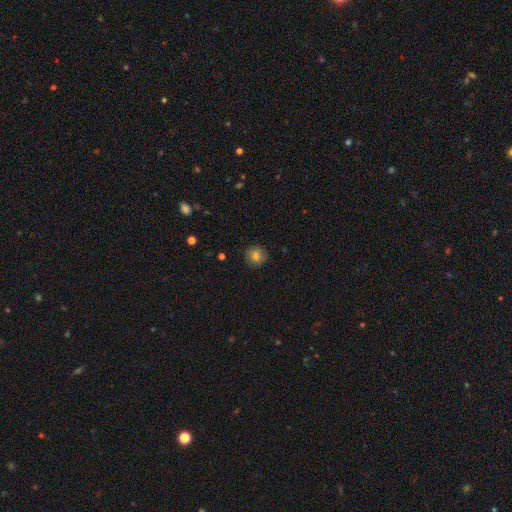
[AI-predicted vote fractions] Smooth or featured? Predicted: smooth (p=0.72). How rounded? Predicted: round (p=0.89). Merging? Predicted: none (p=0.87).